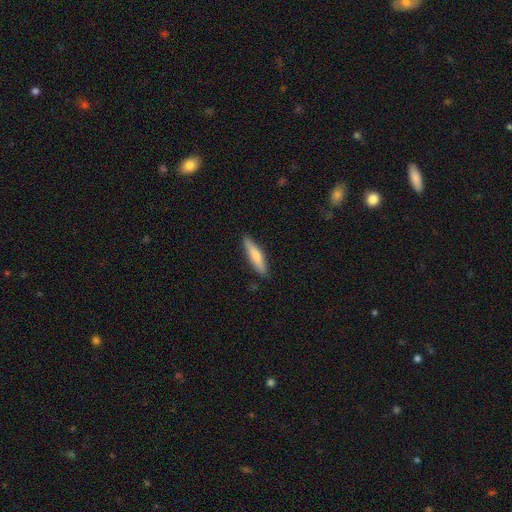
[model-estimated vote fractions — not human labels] A smooth galaxy with no disk features (71%) that is cigar-shaped (82%).

Vote fractions:
- Smooth or featured? smooth: 71% / featured or disk: 24% / star or artifact: 5%
- How rounded? cigar-shaped: 82% / in between: 17% / round: 1%
- Merging? none: 87% / minor disturbance: 10% / major disturbance: 2% / merger: 1%